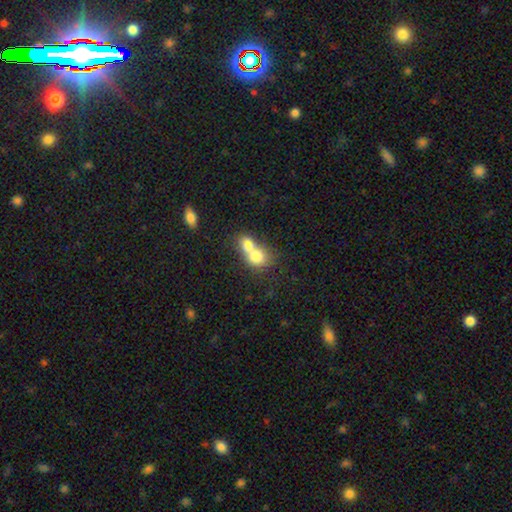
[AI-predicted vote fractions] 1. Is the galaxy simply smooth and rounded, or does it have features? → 74% smooth, 18% featured or disk, 8% star or artifact.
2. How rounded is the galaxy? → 59% round, 40% in between, 1% cigar-shaped.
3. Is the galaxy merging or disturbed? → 76% merger, 16% none, 5% minor disturbance, 3% major disturbance.